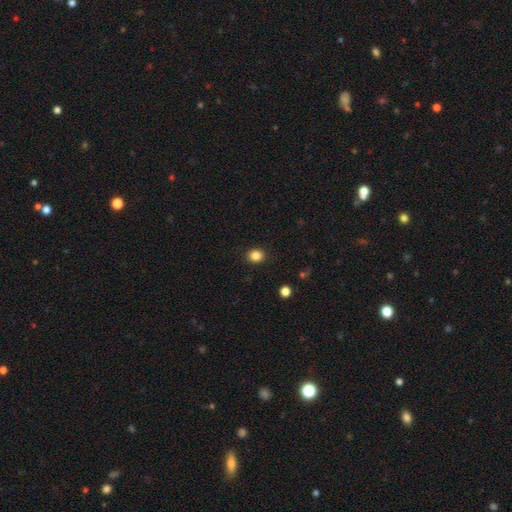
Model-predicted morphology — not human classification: This appears to be a smooth galaxy with no disk features (85%) that is round (76%). Merging: none (91%).